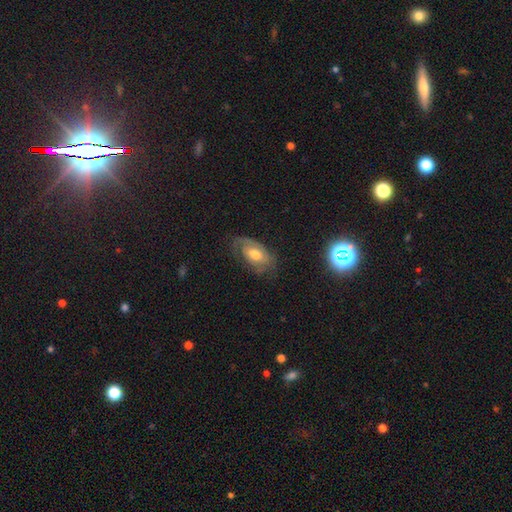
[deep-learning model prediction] A featured or disk galaxy (62%) with no bar (67%), spiral arms (79%) and a moderate central bulge (71%).

Vote fractions:
- Smooth or featured? featured or disk: 62% / smooth: 30% / star or artifact: 9%
- Edge-on disk? no: 93% / yes: 7%
- Bar? no: 67% / weak: 27% / strong: 6%
- Spiral arms? yes: 79% / no: 21%
- Bulge size? moderate: 71% / large: 14% / small: 11% / none: 1% / dominant: 1%
- Merging? none: 60% / minor disturbance: 24% / major disturbance: 14% / merger: 2%